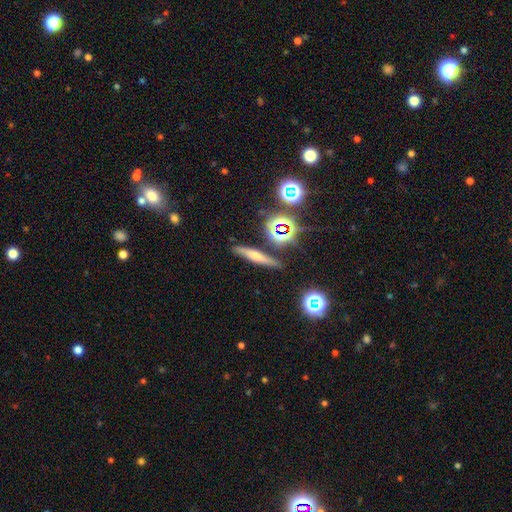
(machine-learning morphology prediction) smooth_or_featured: smooth (p=0.50) [alt: featured or disk p=0.31]
merging: none (p=0.82) [alt: minor disturbance p=0.11]